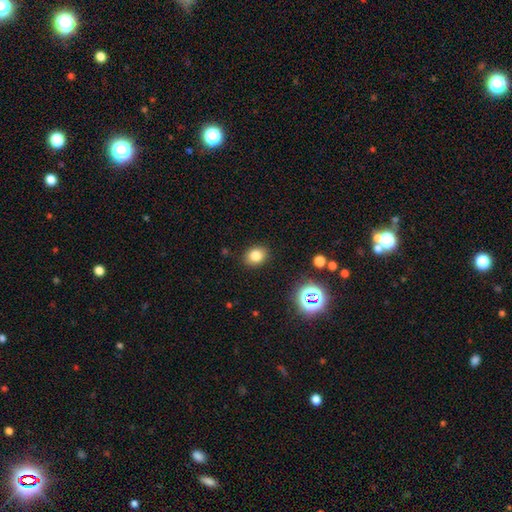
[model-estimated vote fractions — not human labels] This appears to be a smooth galaxy with no disk features (80%) that is in between round and cigar-shaped (52%). Merging: none (87%).